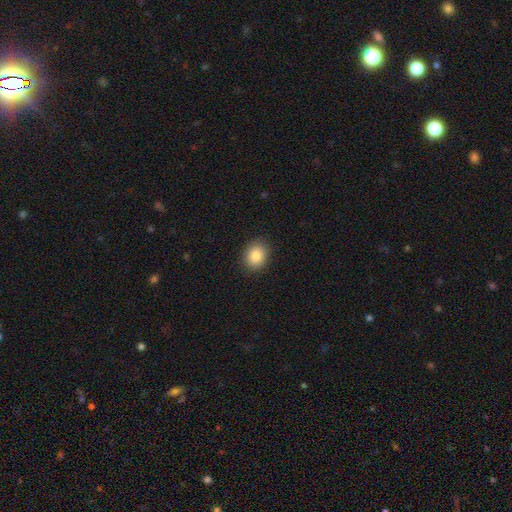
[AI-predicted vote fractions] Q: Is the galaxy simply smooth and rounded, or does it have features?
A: smooth — 86%.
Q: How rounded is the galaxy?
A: round — 52%.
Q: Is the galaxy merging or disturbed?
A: none — 89%.